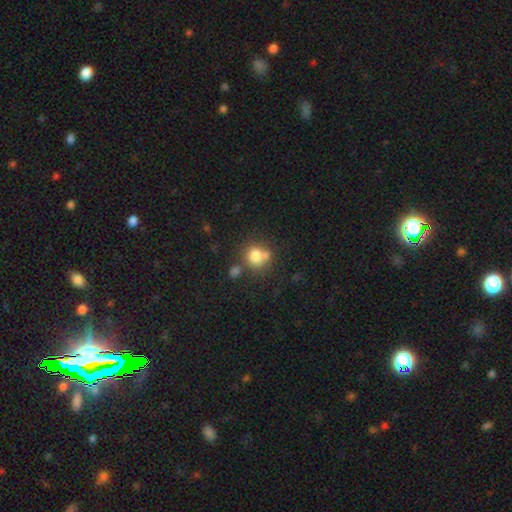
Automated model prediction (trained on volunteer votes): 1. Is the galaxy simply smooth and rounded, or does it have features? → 76% smooth, 12% star or artifact, 12% featured or disk.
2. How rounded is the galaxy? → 81% round, 18% in between, 1% cigar-shaped.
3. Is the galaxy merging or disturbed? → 51% none, 30% merger, 13% minor disturbance, 6% major disturbance.